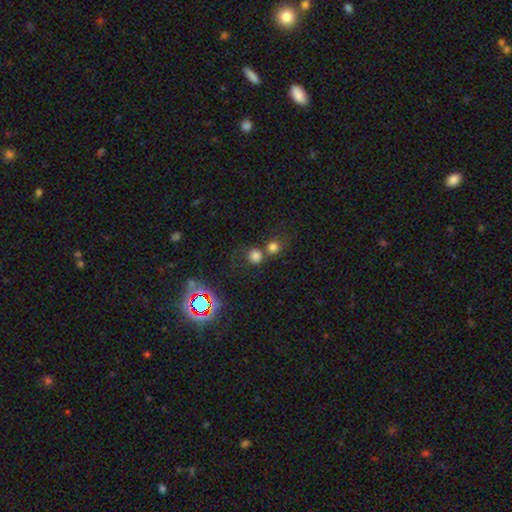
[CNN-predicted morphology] smooth 73%, star or artifact 19%, featured or disk 8%. Down the decision tree: how rounded — round (89%); merging — none (52%).